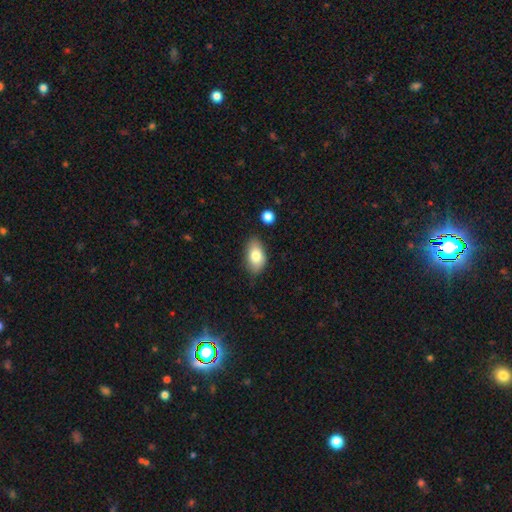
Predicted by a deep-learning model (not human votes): smooth-or-featured: smooth: 80% | featured or disk: 13% | star or artifact: 7%
  how-rounded: in between: 91% | round: 7% | cigar-shaped: 2%
  merging: none: 79% | minor disturbance: 16% | major disturbance: 3% | merger: 2%